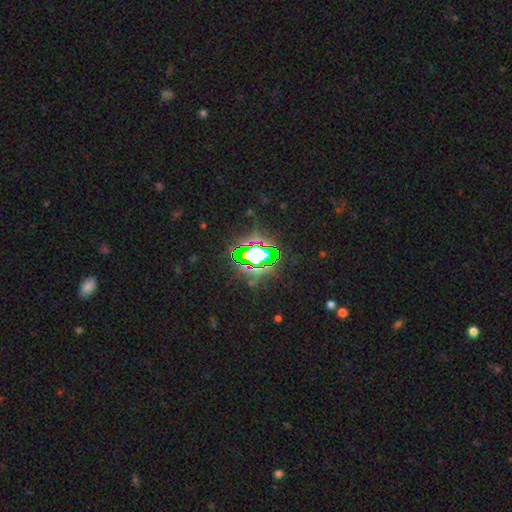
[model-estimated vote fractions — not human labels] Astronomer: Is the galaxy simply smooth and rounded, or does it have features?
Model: star or artifact — 71%.